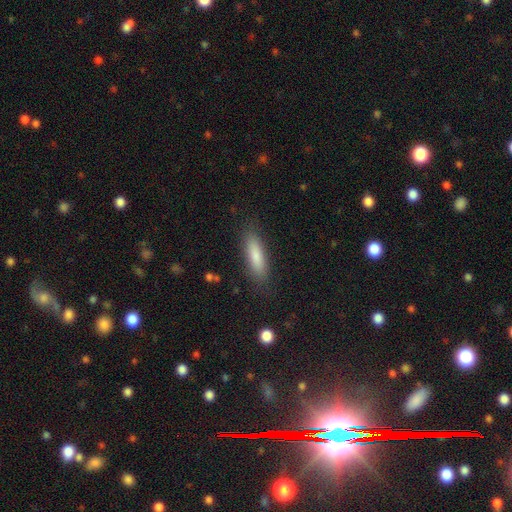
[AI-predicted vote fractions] Smooth or featured?
  - smooth: 81% *
  - featured or disk: 12%
  - star or artifact: 7%
How rounded?
  - cigar-shaped: 60% *
  - in between: 38%
  - round: 2%
Merging?
  - none: 85% *
  - minor disturbance: 11%
  - major disturbance: 3%
  - merger: 1%